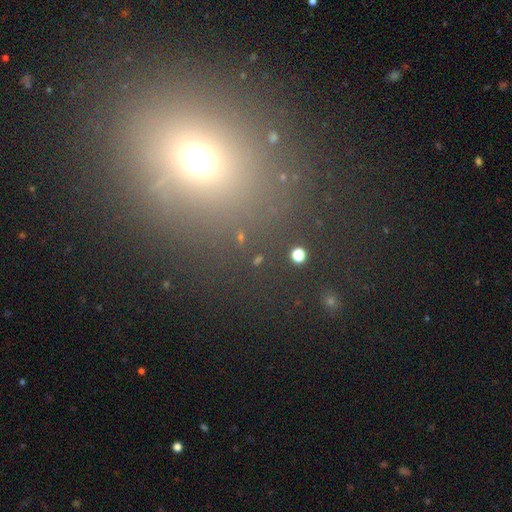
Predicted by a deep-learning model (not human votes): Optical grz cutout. It shows a smooth galaxy with no disk features (59%) that is round (65%). Merging: none (81%).